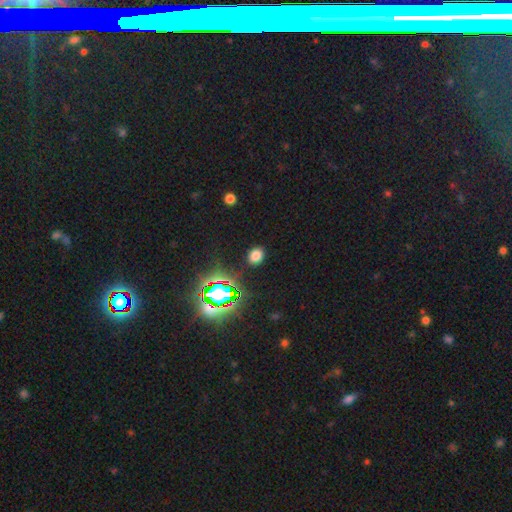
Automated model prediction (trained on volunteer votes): A smooth galaxy with no disk features (70%) that is round (57%).

Vote fractions:
- Smooth or featured? smooth: 70% / star or artifact: 24% / featured or disk: 6%
- How rounded? round: 57% / in between: 41% / cigar-shaped: 1%
- Merging? none: 86% / minor disturbance: 9% / major disturbance: 3% / merger: 2%